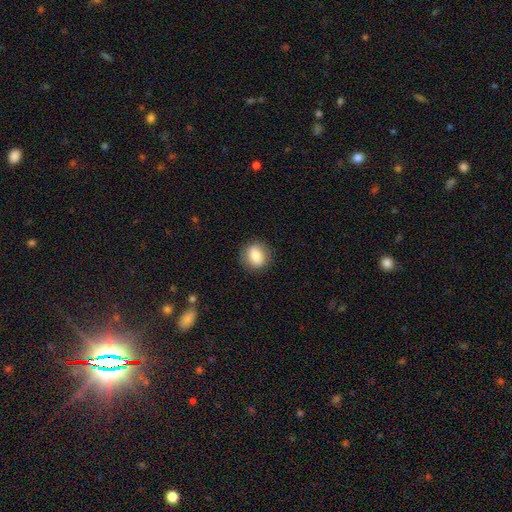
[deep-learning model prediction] Smooth or featured: smooth — 81% (featured or disk — 10%)
How rounded: round — 65% (in between — 33%)
Merging: none — 85% (minor disturbance — 10%)